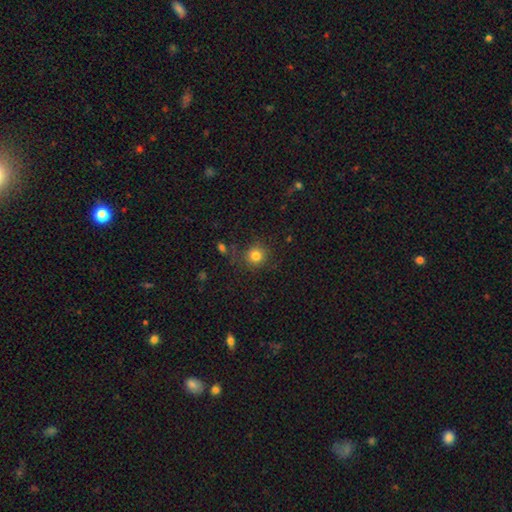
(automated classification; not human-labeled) Smooth or featured? smooth (81%)
How rounded? round (92%)
Merging? none (83%)